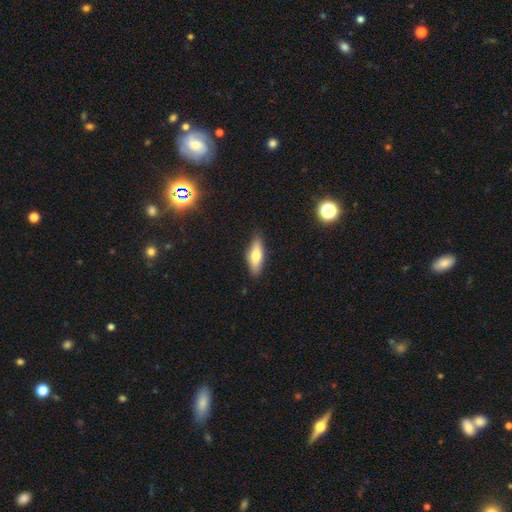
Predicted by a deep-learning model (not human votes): Overall: smooth (64%; featured or disk 29%). How rounded: in between (61%; cigar-shaped 37%). Merging: none (85%).